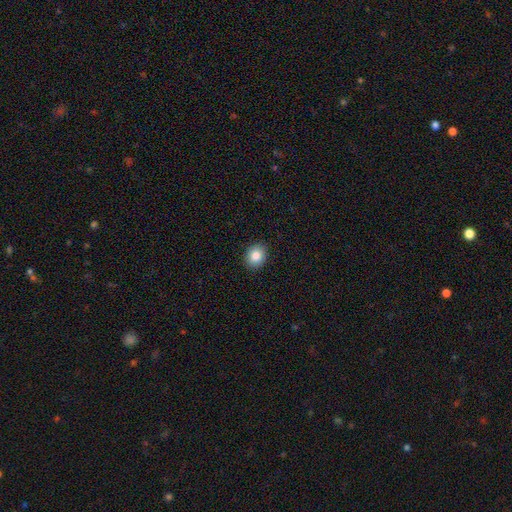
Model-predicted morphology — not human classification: Smooth or featured? smooth (84%)
How rounded? round (57%)
Merging? none (91%)